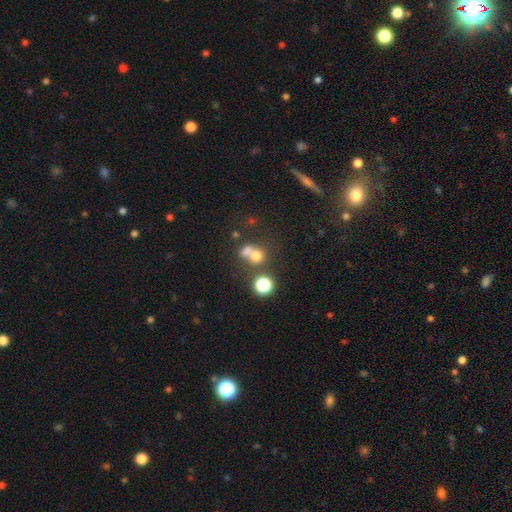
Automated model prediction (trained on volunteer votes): Morphology: type=smooth (66%); roundness=round (78%); merging=merger (49%).